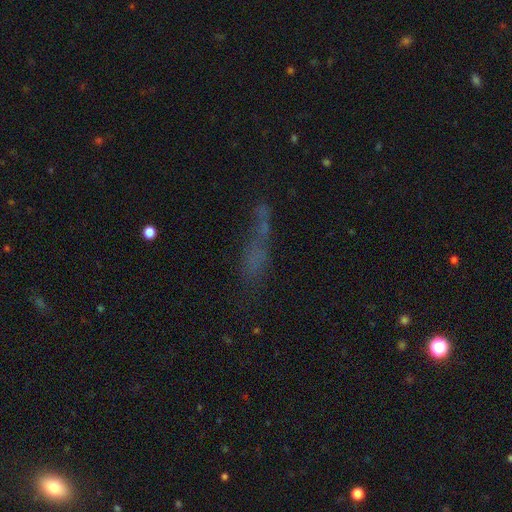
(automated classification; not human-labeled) Overall: smooth (46%; star or artifact 29%). Merging: none (47%; major disturbance 22%).